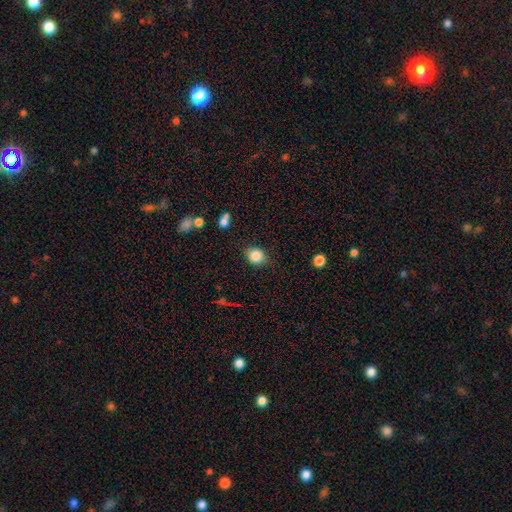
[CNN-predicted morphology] A smooth galaxy with no disk features (85%) that is round (62%).

Vote fractions:
- Smooth or featured? smooth: 85% / star or artifact: 9% / featured or disk: 5%
- How rounded? round: 62% / in between: 37% / cigar-shaped: 1%
- Merging? none: 82% / minor disturbance: 13% / major disturbance: 3% / merger: 2%